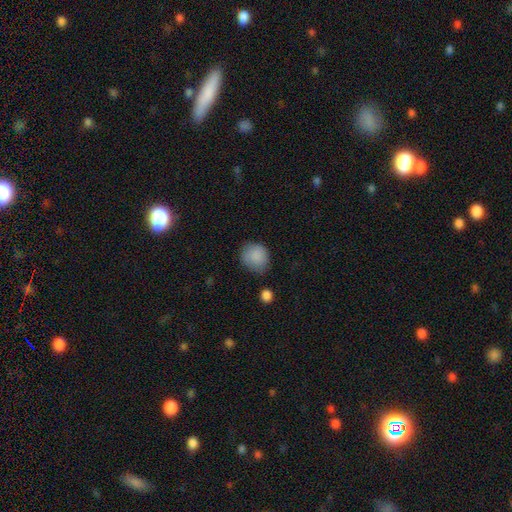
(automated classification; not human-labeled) A smooth galaxy with no disk features (87%) that is round (75%).

Vote fractions:
- Smooth or featured? smooth: 87% / star or artifact: 8% / featured or disk: 5%
- How rounded? round: 75% / in between: 24% / cigar-shaped: 1%
- Merging? none: 67% / minor disturbance: 24% / major disturbance: 6% / merger: 3%